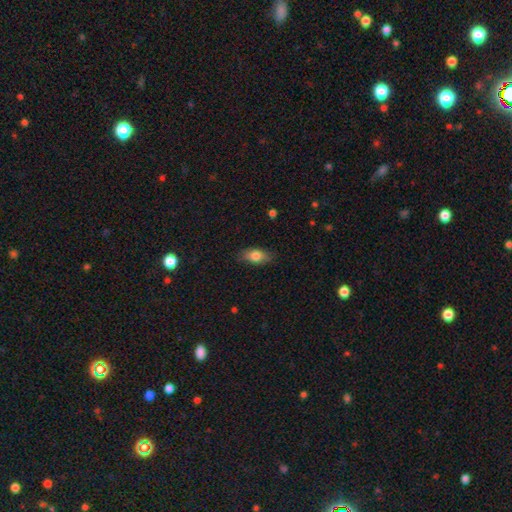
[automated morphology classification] smooth-or-featured: smooth: 76% | featured or disk: 17% | star or artifact: 7%
  how-rounded: in between: 85% | cigar-shaped: 9% | round: 6%
  merging: none: 81% | minor disturbance: 15% | major disturbance: 3% | merger: 1%